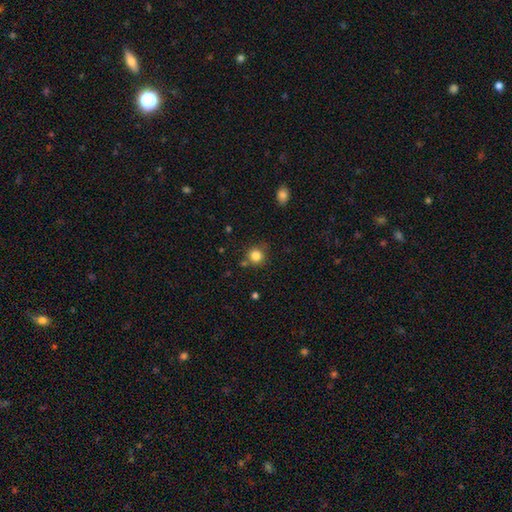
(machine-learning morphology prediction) Smooth or featured: smooth — 84% (star or artifact — 11%)
How rounded: round — 91% (in between — 8%)
Merging: none — 77% (minor disturbance — 12%)